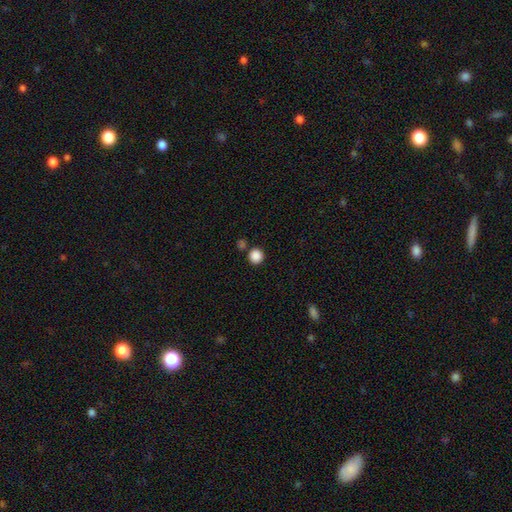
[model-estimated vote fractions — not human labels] This appears to be a smooth galaxy with no disk features (87%) that is round (94%). Merging: none (80%).